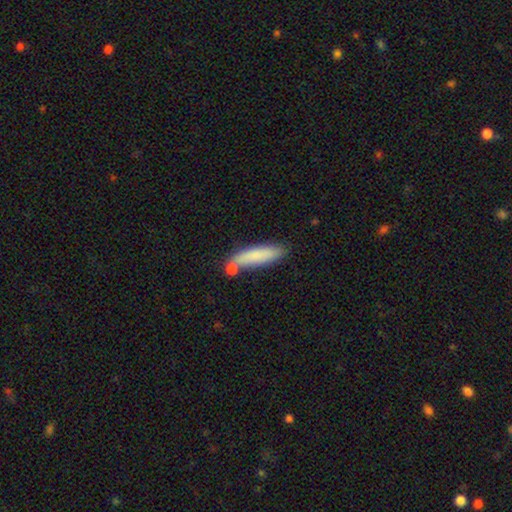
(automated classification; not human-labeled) Smooth or featured? Predicted: smooth (p=0.80). How rounded? Predicted: cigar-shaped (p=0.73). Merging? Predicted: none (p=0.66).